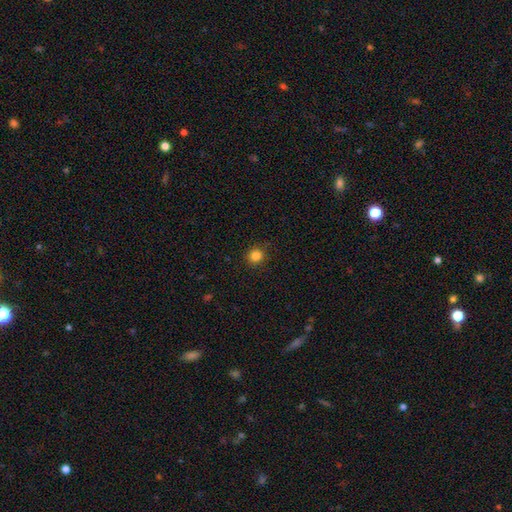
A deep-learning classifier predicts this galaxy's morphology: Overall: smooth (83%). How rounded: round (93%). Merging: none (89%).